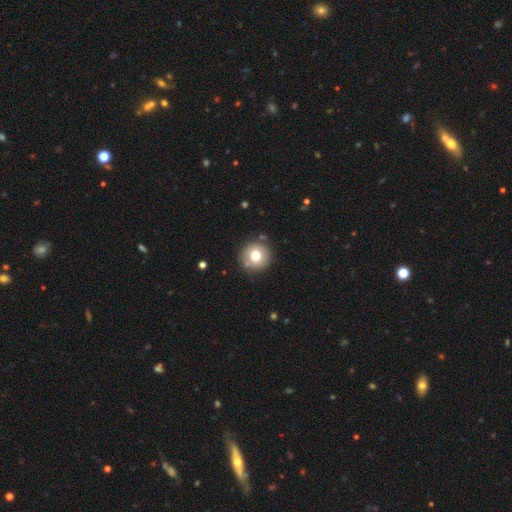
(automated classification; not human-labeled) This is likely a smooth galaxy (72%). How rounded: clearly round (95%). Merging: clearly none (82%).